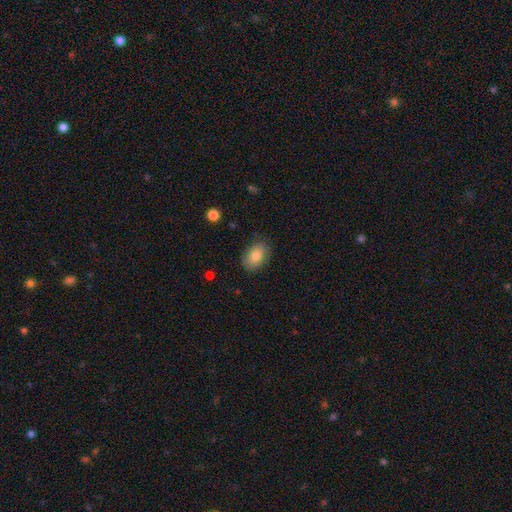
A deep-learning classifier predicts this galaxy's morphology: smooth_or_featured: smooth (p=0.82) [alt: featured or disk p=0.10]
how_rounded: in between (p=0.85) [alt: round p=0.13]
merging: none (p=0.83) [alt: minor disturbance p=0.13]